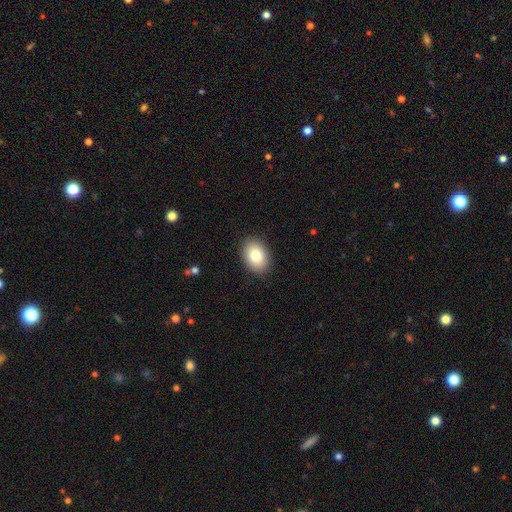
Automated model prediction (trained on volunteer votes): This is clearly a smooth galaxy (84%). How rounded: likely in between (79%). Merging: clearly none (89%).